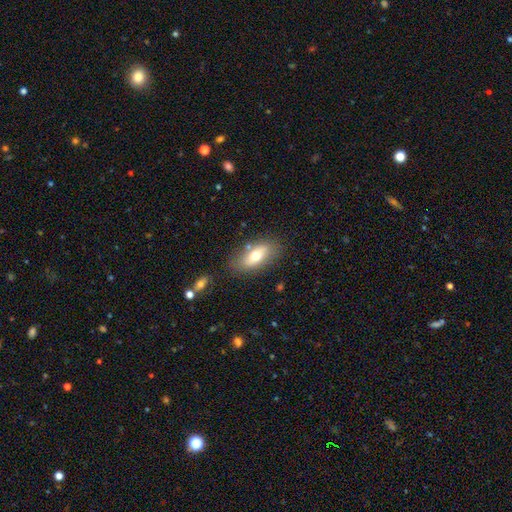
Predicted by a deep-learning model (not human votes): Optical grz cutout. It shows a smooth galaxy with no disk features (67%) that is in between round and cigar-shaped (85%). Merging: none (77%).